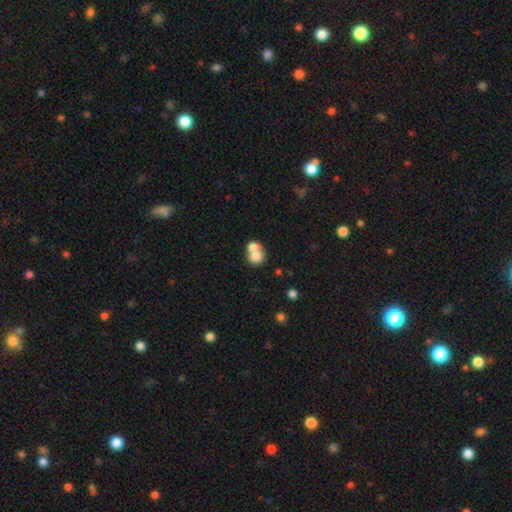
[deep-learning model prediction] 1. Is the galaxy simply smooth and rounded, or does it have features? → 73% smooth, 18% featured or disk, 9% star or artifact.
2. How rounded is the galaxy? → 72% round, 27% in between, 1% cigar-shaped.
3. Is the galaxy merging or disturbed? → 64% merger, 27% none, 6% minor disturbance, 3% major disturbance.